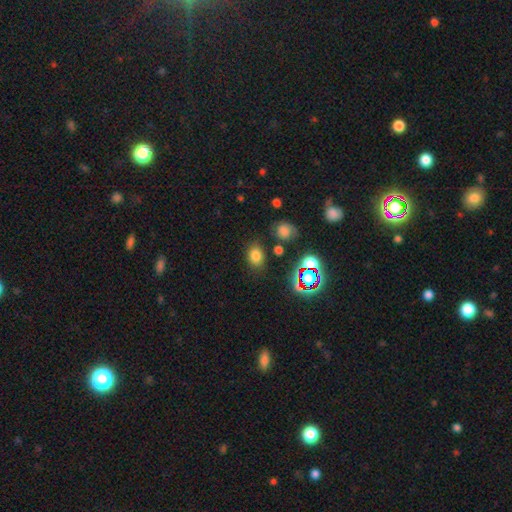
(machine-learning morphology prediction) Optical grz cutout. It shows a smooth galaxy with no disk features (74%) that is in between round and cigar-shaped (61%). Merging: none (80%).